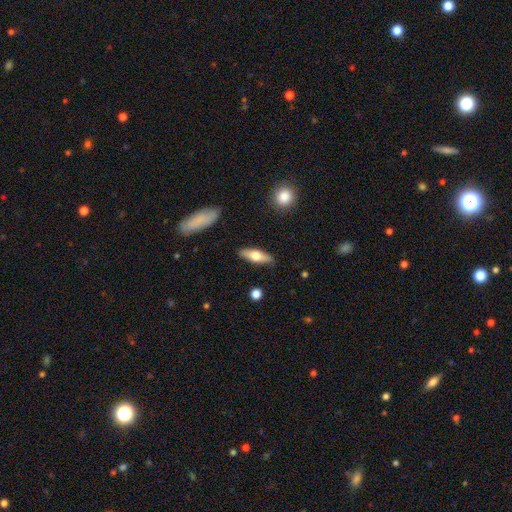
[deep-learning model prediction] This is possibly a smooth galaxy (55%). How rounded: possibly in between (51%). Merging: clearly none (86%).